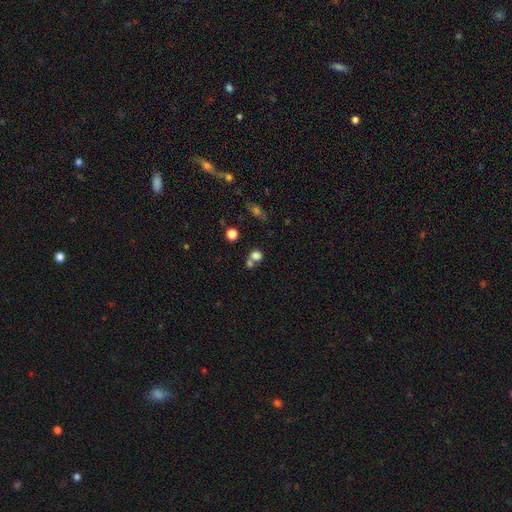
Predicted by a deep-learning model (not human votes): smooth-or-featured: smooth: 77% | star or artifact: 14% | featured or disk: 8%
  how-rounded: round: 76% | in between: 23% | cigar-shaped: 1%
  merging: none: 46% | merger: 42% | minor disturbance: 8% | major disturbance: 4%